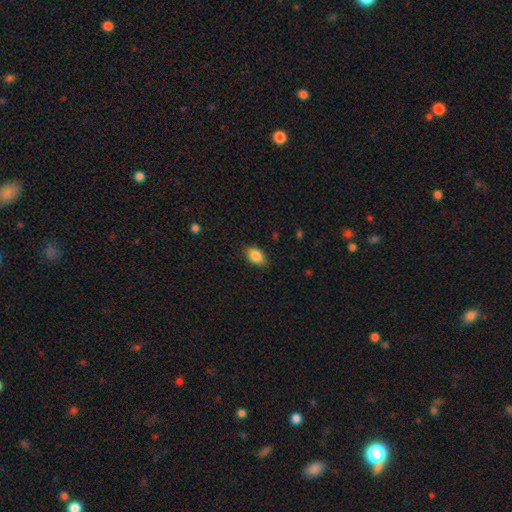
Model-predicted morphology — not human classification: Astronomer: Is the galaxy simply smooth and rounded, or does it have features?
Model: smooth — 86%.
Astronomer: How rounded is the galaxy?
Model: in between — 84%.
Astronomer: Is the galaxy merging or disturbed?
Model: none — 81%.